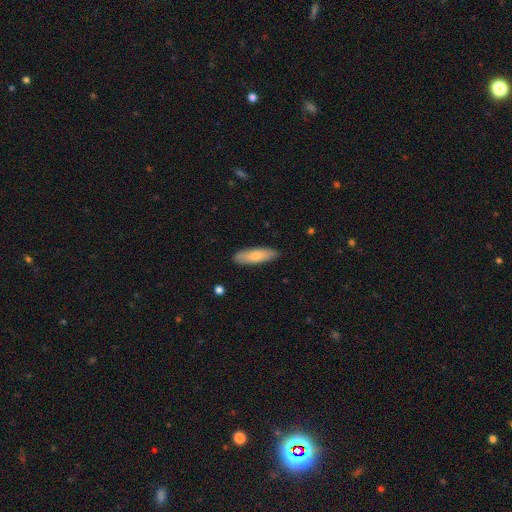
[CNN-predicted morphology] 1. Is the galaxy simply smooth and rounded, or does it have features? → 75% smooth, 19% featured or disk, 6% star or artifact.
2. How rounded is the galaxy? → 50% in between, 48% cigar-shaped, 2% round.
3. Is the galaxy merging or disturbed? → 86% none, 11% minor disturbance, 2% major disturbance, 1% merger.